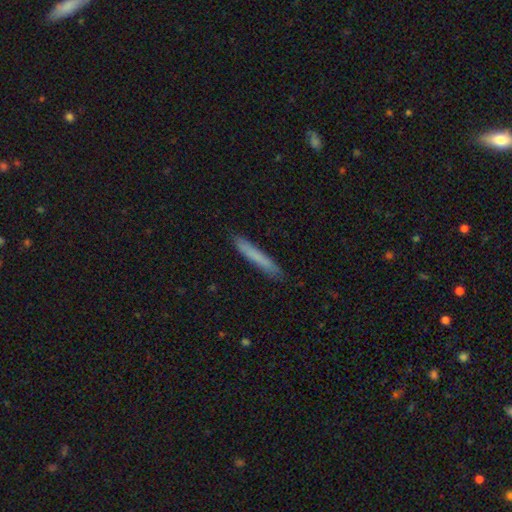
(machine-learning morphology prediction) smooth-or-featured: smooth: 75% | featured or disk: 19% | star or artifact: 6%
  how-rounded: cigar-shaped: 96% | in between: 3% | round: 1%
  merging: none: 88% | minor disturbance: 9% | major disturbance: 2% | merger: 1%